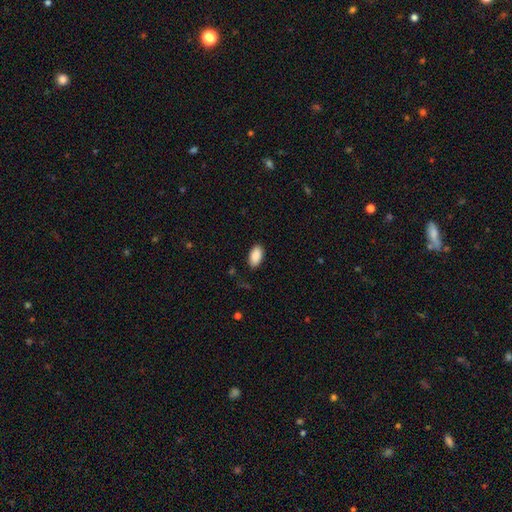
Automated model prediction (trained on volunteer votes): This appears to be a smooth galaxy with no disk features (90%) that is in between round and cigar-shaped (95%). Merging: none (87%).